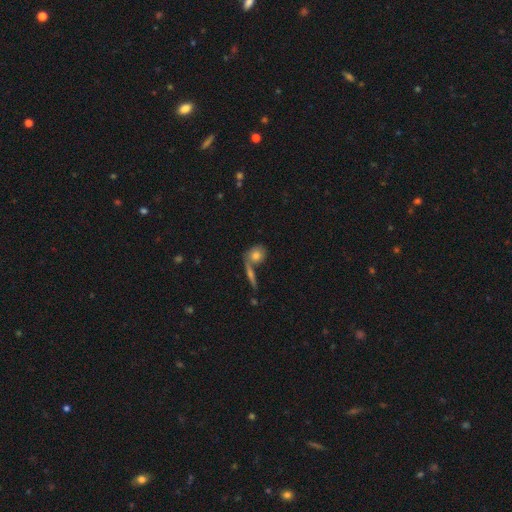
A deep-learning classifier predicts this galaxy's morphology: Q: Smooth or featured?
A: smooth (73%); runner-up: featured or disk (18%)
Q: How rounded?
A: round (56%); runner-up: in between (37%)
Q: Merging?
A: none (52%); runner-up: merger (32%)